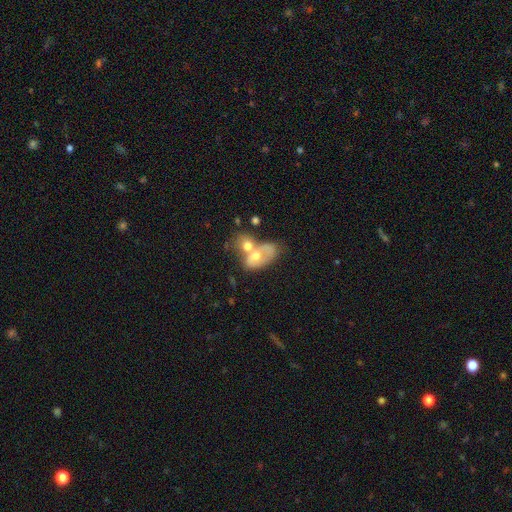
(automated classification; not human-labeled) Smooth or featured? smooth (49%)
Merging? merger (72%)